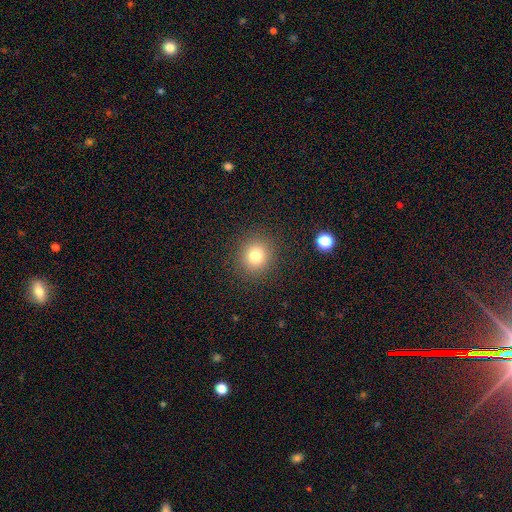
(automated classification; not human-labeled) Morphology: type=smooth (79%); roundness=round (86%); merging=none (89%).